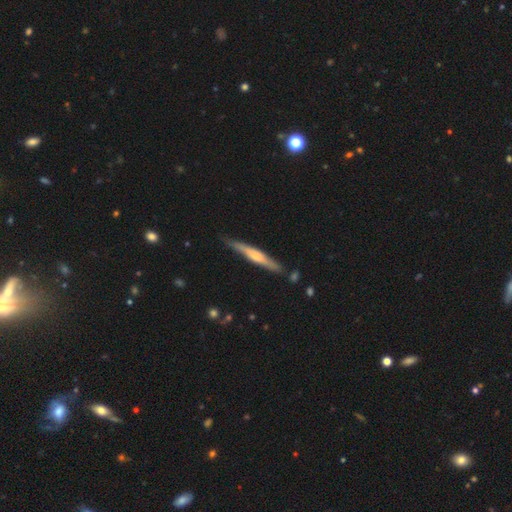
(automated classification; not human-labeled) smooth_or_featured: featured or disk (p=0.60) [alt: smooth p=0.35]
disk_edge_on: yes (p=0.94) [alt: no p=0.06]
edge_on_bulge: rounded (p=0.72) [alt: none p=0.19]
merging: none (p=0.78) [alt: minor disturbance p=0.16]